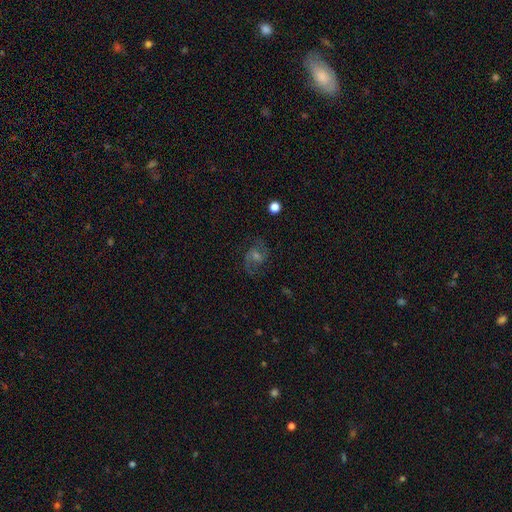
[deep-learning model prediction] This is likely a featured or disk galaxy (74%). It is clearly not viewed edge-on (97%). Bar: possibly weak (50%). Spiral arm pattern: clearly yes (95%). Spiral arm count: clearly 2 (89%). Spiral winding: possibly medium (57%). Central bulge: marginally small (43%). Merging: likely none (79%).